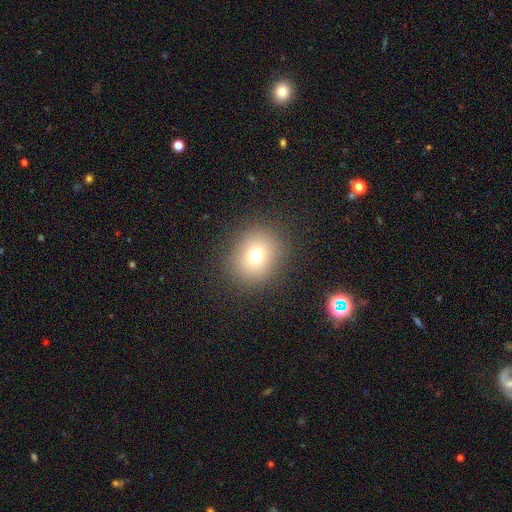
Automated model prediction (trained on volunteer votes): Smooth or featured? Predicted: smooth (p=0.73). How rounded? Predicted: round (p=0.75). Merging? Predicted: none (p=0.88).